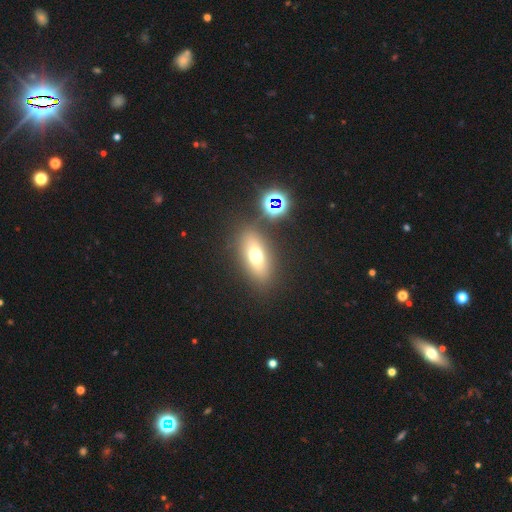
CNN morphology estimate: smooth-or-featured: smooth: 61% | featured or disk: 22% | star or artifact: 16%
  how-rounded: in between: 70% | cigar-shaped: 18% | round: 11%
  merging: none: 81% | minor disturbance: 9% | merger: 5% | major disturbance: 4%